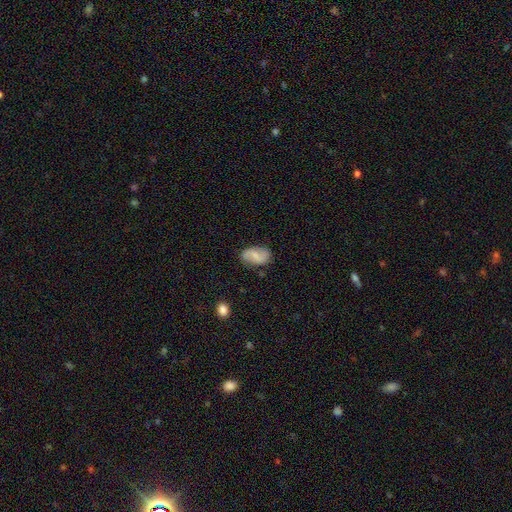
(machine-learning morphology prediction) smooth-or-featured: featured or disk: 56% | smooth: 37% | star or artifact: 7%
  disk-edge-on: no: 97% | yes: 3%
    bar: weak: 49% | no: 37% | strong: 15%
    has-spiral-arms: yes: 90% | no: 10%
    bulge-size: small: 47% | moderate: 25% | none: 24% | large: 2% | dominant: 1%
  merging: none: 78% | minor disturbance: 16% | major disturbance: 4% | merger: 2%